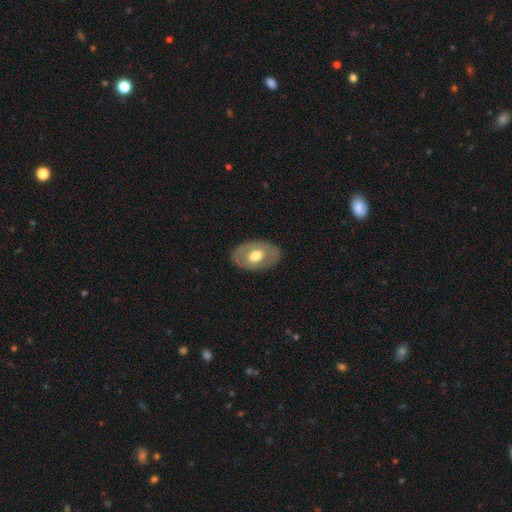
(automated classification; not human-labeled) Smooth or featured: smooth — 51% (featured or disk — 43%)
How rounded: in between — 86% (round — 13%)
Merging: none — 82% (minor disturbance — 13%)